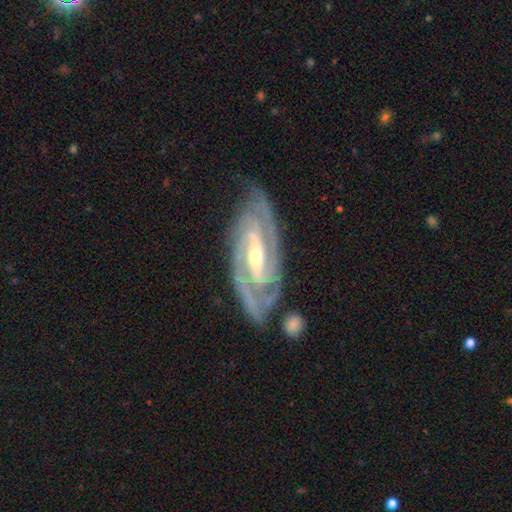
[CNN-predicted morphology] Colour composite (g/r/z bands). It shows a featured or disk galaxy (92%) with a strong bar (49%), 2 (65%) tight (61%) spiral arms (98%) and a small central bulge (48%, tied with moderate). Merging: none (76%).